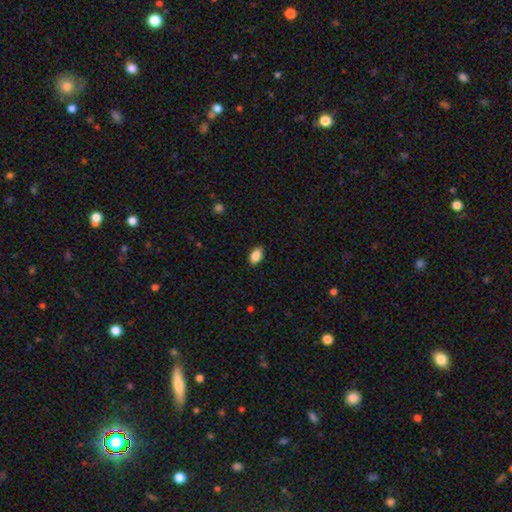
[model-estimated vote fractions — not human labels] Smooth or featured? smooth (87%)
How rounded? in between (89%)
Merging? none (88%)